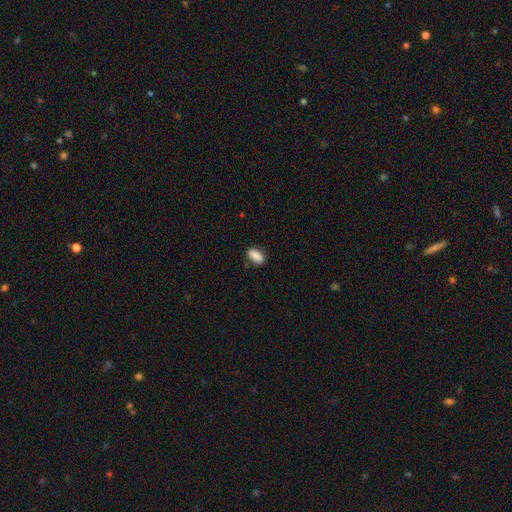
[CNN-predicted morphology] Q: Smooth or featured?
A: smooth (87%); runner-up: star or artifact (8%)
Q: How rounded?
A: in between (89%); runner-up: cigar-shaped (6%)
Q: Merging?
A: none (82%); runner-up: minor disturbance (13%)